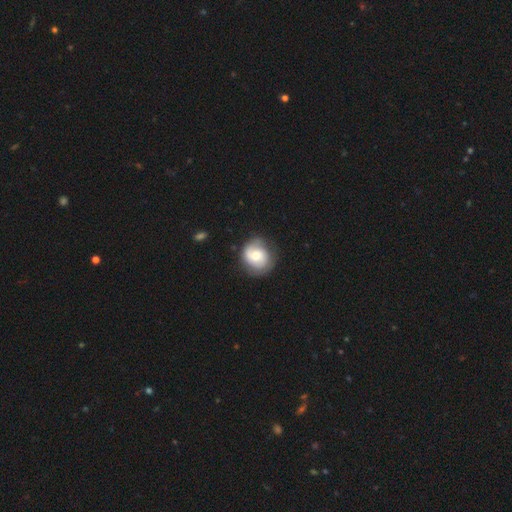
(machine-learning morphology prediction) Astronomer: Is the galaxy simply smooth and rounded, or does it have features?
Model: featured or disk — 48% (runner-up: smooth, 45%).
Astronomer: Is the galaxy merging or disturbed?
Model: none — 74%.